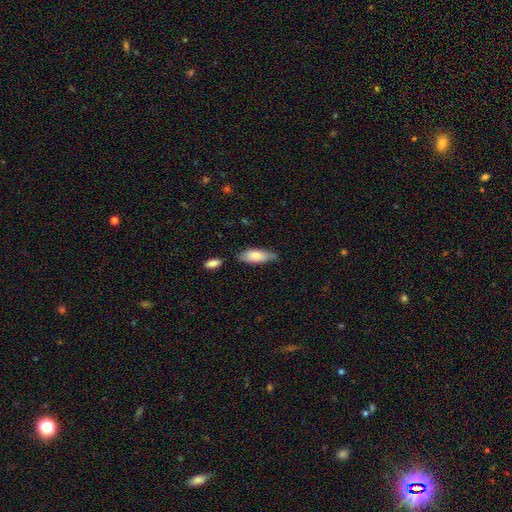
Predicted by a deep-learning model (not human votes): smooth 77%, featured or disk 17%, star or artifact 6%. Down the decision tree: how rounded — in between (73%); merging — none (67%).